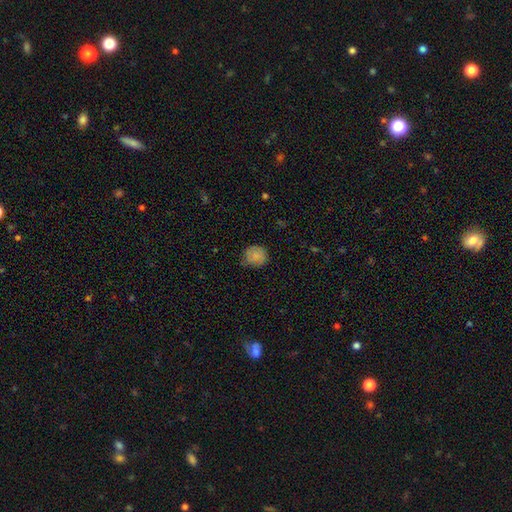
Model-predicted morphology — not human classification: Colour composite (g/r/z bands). It shows a smooth galaxy with no disk features (80%) that is round (80%). Merging: none (72%).